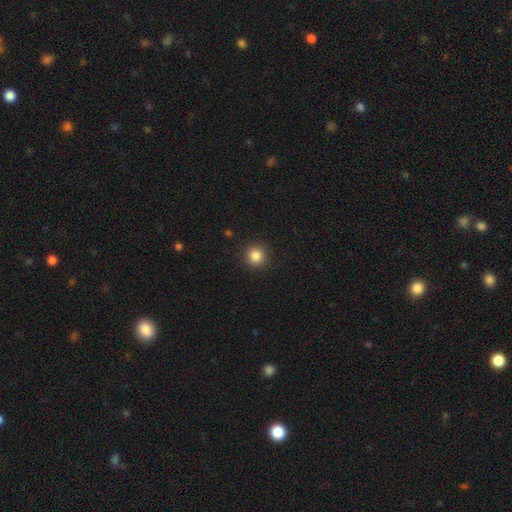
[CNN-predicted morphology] smooth_or_featured: smooth (p=0.84) [alt: star or artifact p=0.11]
how_rounded: round (p=0.94) [alt: in between p=0.05]
merging: none (p=0.92) [alt: minor disturbance p=0.05]